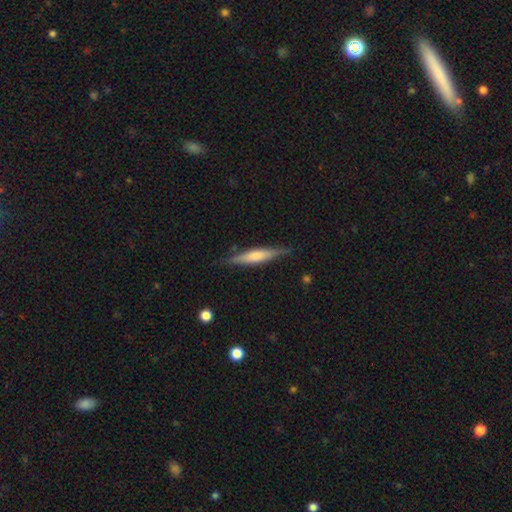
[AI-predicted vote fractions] The model was most divided on "smooth or featured": featured or disk: 57%, smooth: 37%, star or artifact: 6%. More confident: edge-on disk — yes (96%); merging — none (86%); edge-on bulge — rounded (61%).